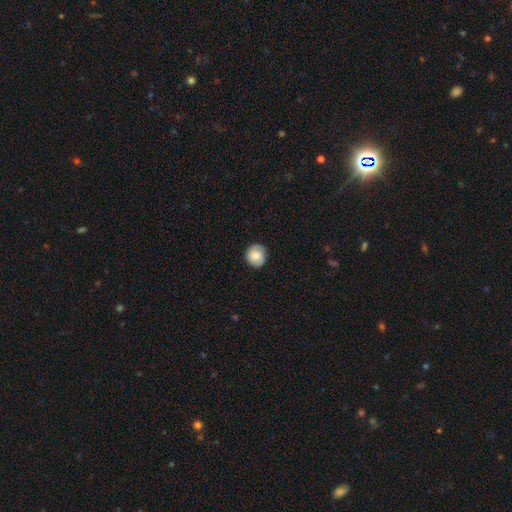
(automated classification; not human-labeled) A smooth galaxy with no disk features (76%) that is round (88%).

Vote fractions:
- Smooth or featured? smooth: 76% / featured or disk: 17% / star or artifact: 7%
- How rounded? round: 88% / in between: 11% / cigar-shaped: 1%
- Merging? none: 83% / minor disturbance: 13% / major disturbance: 3% / merger: 1%